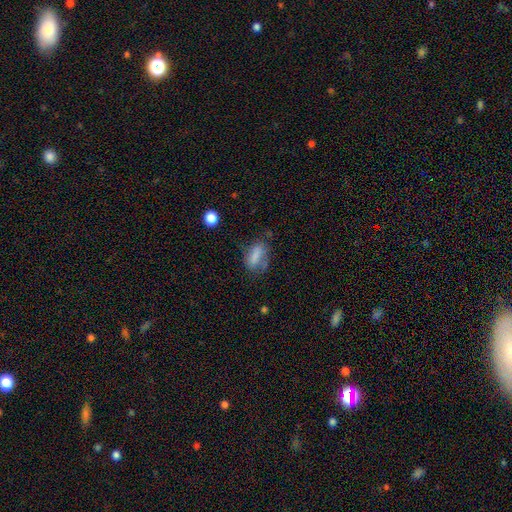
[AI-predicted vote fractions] smooth 73%, featured or disk 17%, star or artifact 10%. Down the decision tree: how rounded — in between (81%); merging — none (49%).